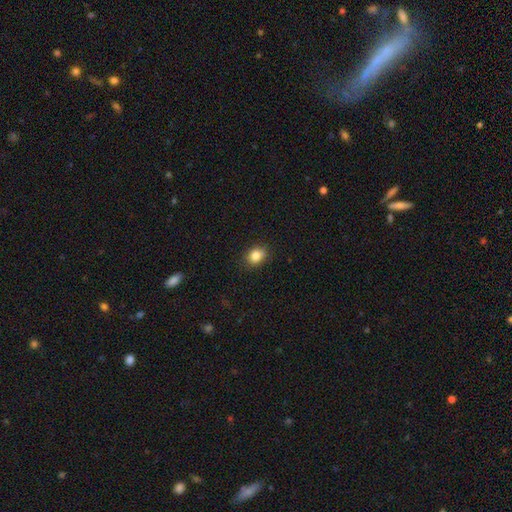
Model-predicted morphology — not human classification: Smooth or featured? Predicted: smooth (p=0.84). How rounded? Predicted: in between (p=0.50). Merging? Predicted: none (p=0.83).